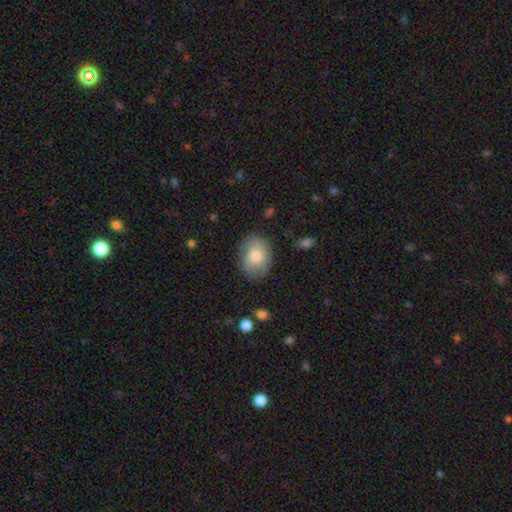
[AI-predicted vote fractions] smooth-or-featured: smooth: 67% | featured or disk: 26% | star or artifact: 7%
  how-rounded: in between: 64% | round: 35% | cigar-shaped: 1%
  merging: none: 77% | minor disturbance: 17% | major disturbance: 5% | merger: 1%